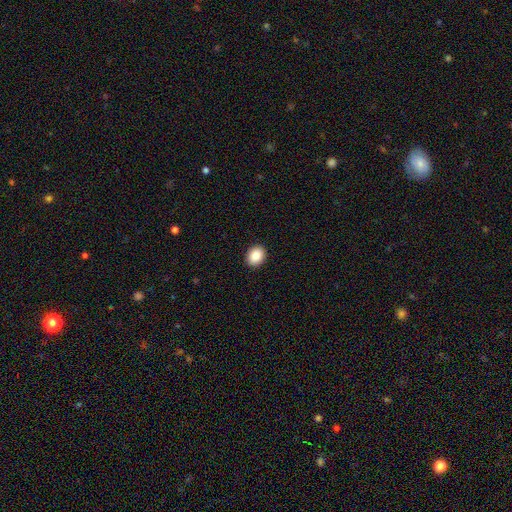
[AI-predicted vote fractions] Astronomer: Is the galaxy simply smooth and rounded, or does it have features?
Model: smooth — 87%.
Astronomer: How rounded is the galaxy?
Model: round — 51% (runner-up: in between, 48%).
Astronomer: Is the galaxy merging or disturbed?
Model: none — 92%.